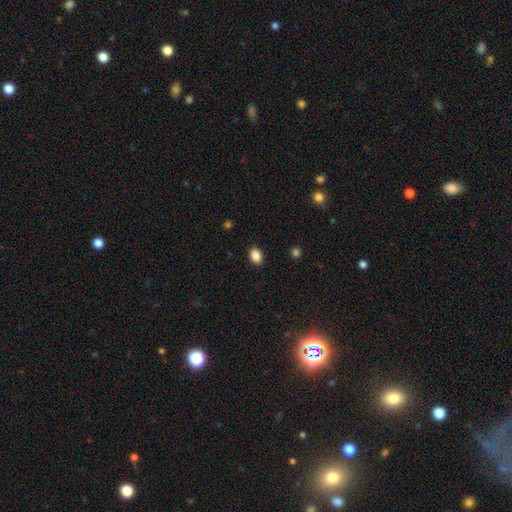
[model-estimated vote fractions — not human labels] Smooth or featured? Predicted: smooth (p=0.88). How rounded? Predicted: in between (p=0.80). Merging? Predicted: none (p=0.89).